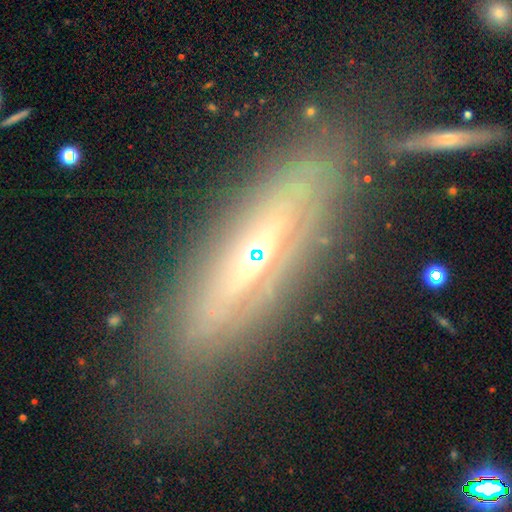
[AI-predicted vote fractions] Smooth or featured?
  - featured or disk: 74% *
  - smooth: 17%
  - star or artifact: 9%
Edge-on disk?
  - yes: 68% *
  - no: 32%
Edge-on bulge?
  - rounded: 66% *
  - none: 28%
  - boxy: 5%
Merging?
  - none: 74% *
  - minor disturbance: 16%
  - major disturbance: 7%
  - merger: 4%